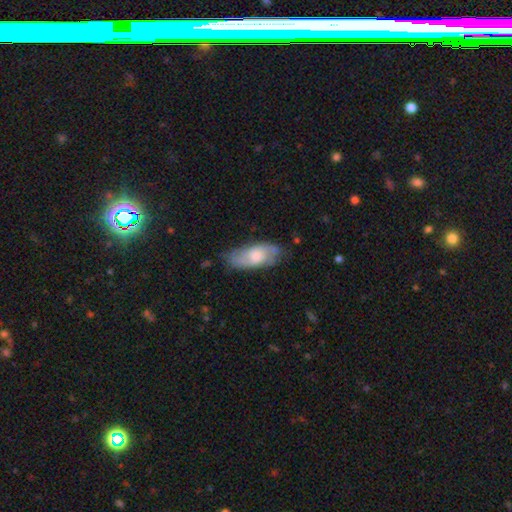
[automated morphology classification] Overall: featured or disk (51%; smooth 42%). Edge-on disk: no (88%). Merging: none (62%; minor disturbance 27%).